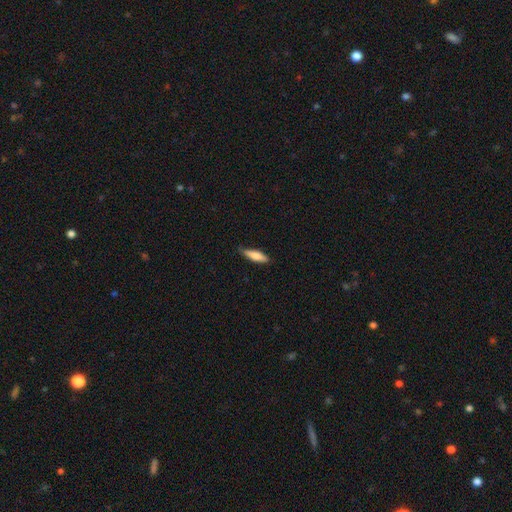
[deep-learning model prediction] Morphology: type=smooth (77%); roundness=cigar-shaped (59%); merging=none (79%).